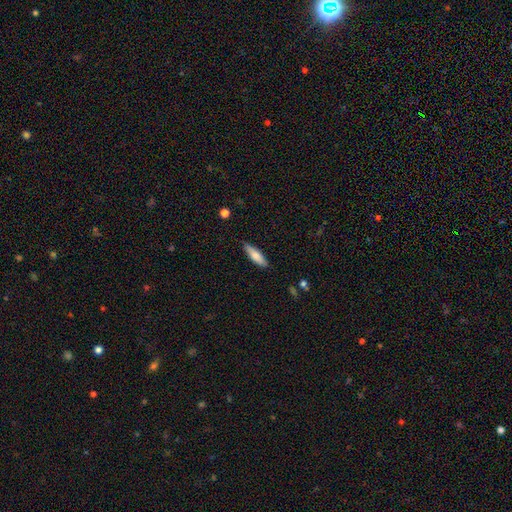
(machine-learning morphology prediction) The model was most divided on "how rounded": cigar-shaped: 63%, in between: 36%, round: 2%. More confident: merging — none (85%); smooth or featured — smooth (77%).